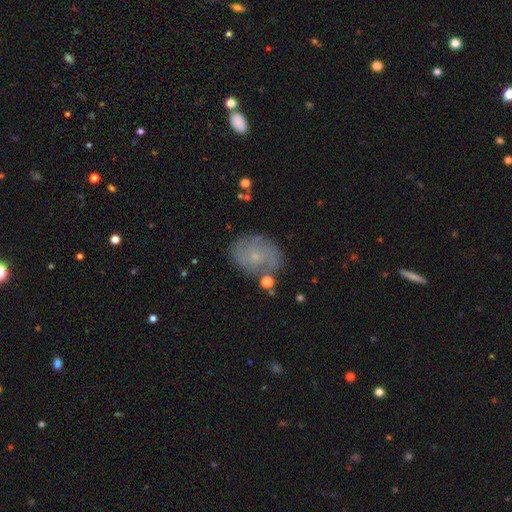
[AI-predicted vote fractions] Smooth or featured: featured or disk — 52% (smooth — 36%)
Edge-on disk: no — 96% (yes — 4%)
Bar: no — 80% (weak — 17%)
Spiral arms: yes — 70% (no — 30%)
Bulge size: small — 81% (moderate — 14%)
Merging: none — 72% (minor disturbance — 18%)